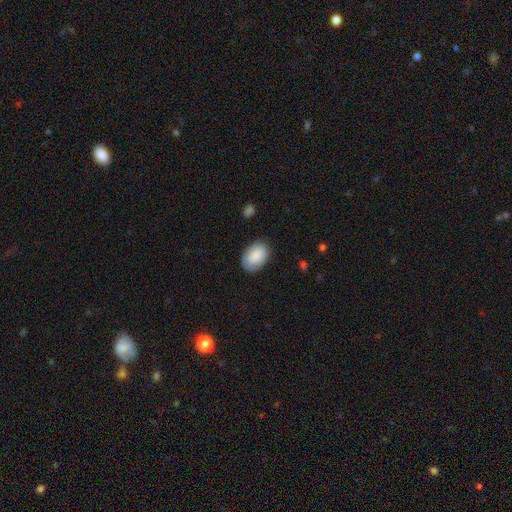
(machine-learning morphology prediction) Smooth or featured? Predicted: smooth (p=0.83). How rounded? Predicted: in between (p=0.85). Merging? Predicted: none (p=0.77).